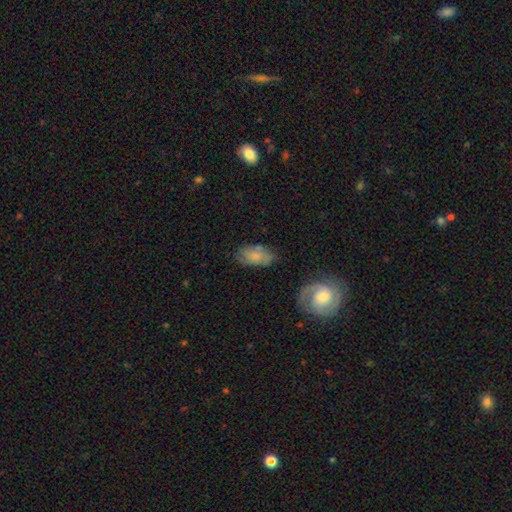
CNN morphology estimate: A smooth galaxy with no disk features (61%) that is in between round and cigar-shaped (92%). Merging: none (68%).